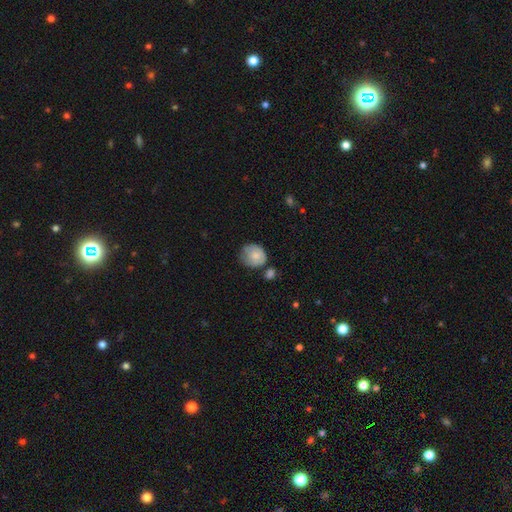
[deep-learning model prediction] A smooth galaxy with no disk features (74%) that is round (71%). Merging: none (46%).